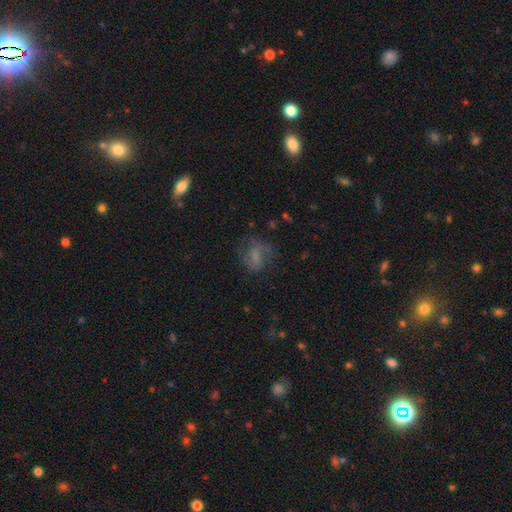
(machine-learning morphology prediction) Q: Smooth or featured?
A: featured or disk (47%); runner-up: smooth (40%)
Q: Merging?
A: none (55%); runner-up: minor disturbance (22%)